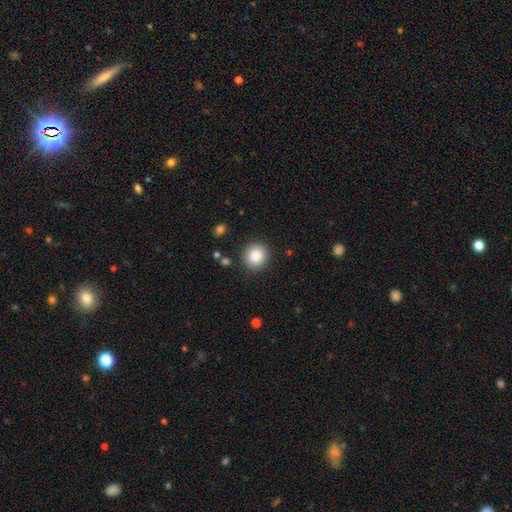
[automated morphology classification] The model was most divided on "smooth or featured": smooth: 85%, star or artifact: 9%, featured or disk: 6%. More confident: how rounded — round (90%); merging — none (89%).